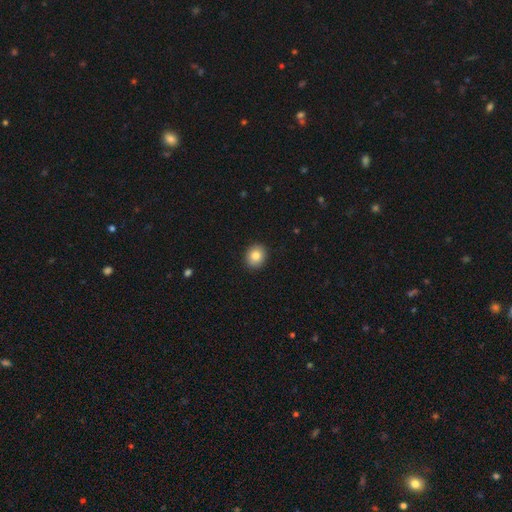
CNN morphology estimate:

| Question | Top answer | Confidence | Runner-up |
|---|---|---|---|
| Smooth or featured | smooth | 84% | star or artifact (9%) |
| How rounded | round | 74% | in between (25%) |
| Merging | none | 91% | minor disturbance (6%) |